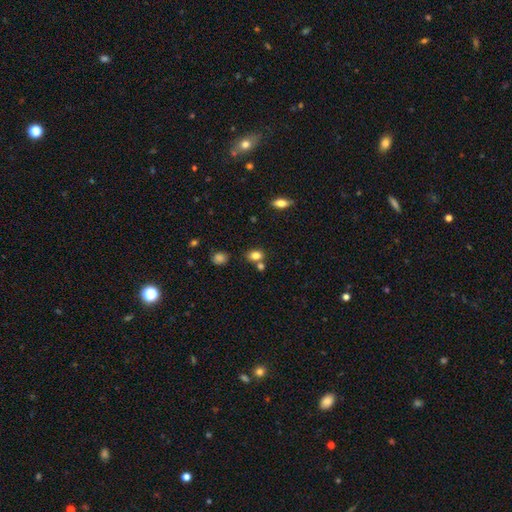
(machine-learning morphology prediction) type=smooth (81%); roundness=in between (64%); merging=none (61%).